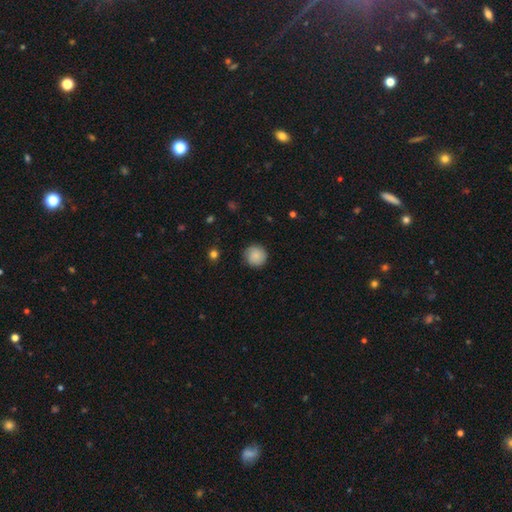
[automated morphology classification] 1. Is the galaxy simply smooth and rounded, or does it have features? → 83% smooth, 10% featured or disk, 7% star or artifact.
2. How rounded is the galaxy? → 94% round, 6% in between, 1% cigar-shaped.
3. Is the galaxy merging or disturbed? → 84% none, 12% minor disturbance, 3% major disturbance, 1% merger.